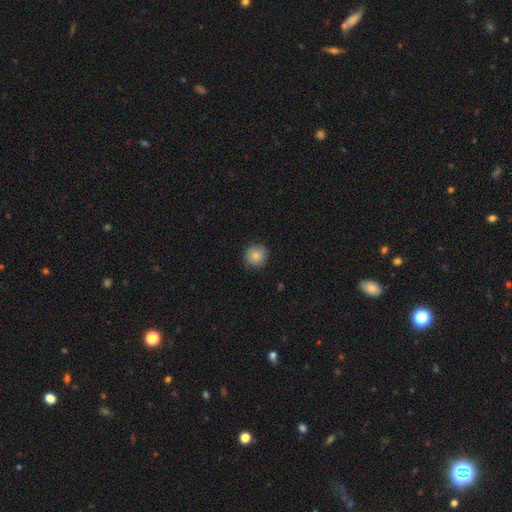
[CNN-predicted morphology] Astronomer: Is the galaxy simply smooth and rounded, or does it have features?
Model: smooth — 82%.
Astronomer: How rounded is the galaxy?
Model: round — 91%.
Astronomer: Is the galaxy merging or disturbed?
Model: none — 84%.